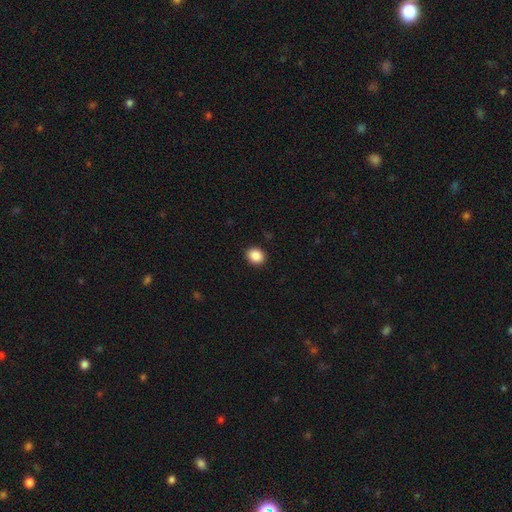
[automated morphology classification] A smooth galaxy with no disk features (88%) that is round (65%).

Vote fractions:
- Smooth or featured? smooth: 88% / star or artifact: 9% / featured or disk: 3%
- How rounded? round: 65% / in between: 34% / cigar-shaped: 1%
- Merging? none: 91% / minor disturbance: 6% / major disturbance: 2% / merger: 1%